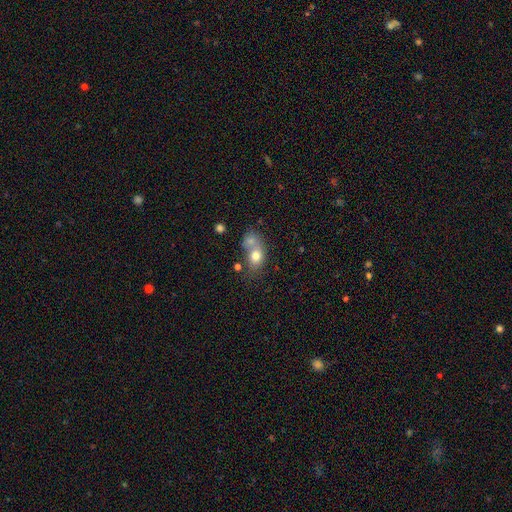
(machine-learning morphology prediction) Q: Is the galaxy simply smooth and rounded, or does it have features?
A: smooth — 74%.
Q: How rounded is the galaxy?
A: in between — 55%.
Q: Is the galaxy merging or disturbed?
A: merger — 60%.